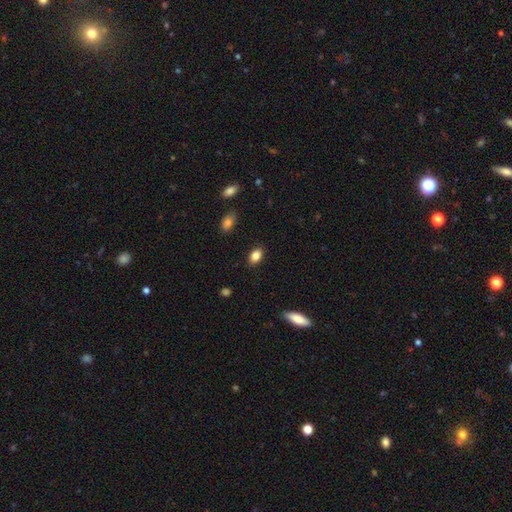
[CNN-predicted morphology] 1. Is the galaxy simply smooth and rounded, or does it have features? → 86% smooth, 9% star or artifact, 6% featured or disk.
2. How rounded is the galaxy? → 85% in between, 13% round, 2% cigar-shaped.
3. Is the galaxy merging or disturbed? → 87% none, 10% minor disturbance, 2% major disturbance, 1% merger.